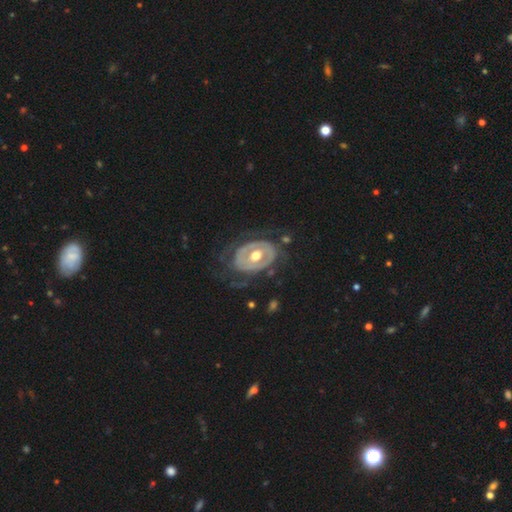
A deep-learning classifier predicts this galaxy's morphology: A featured or disk galaxy (74%) with no bar (68%), no spiral arms (61%) and a moderate central bulge (77%). Merging: none (62%).